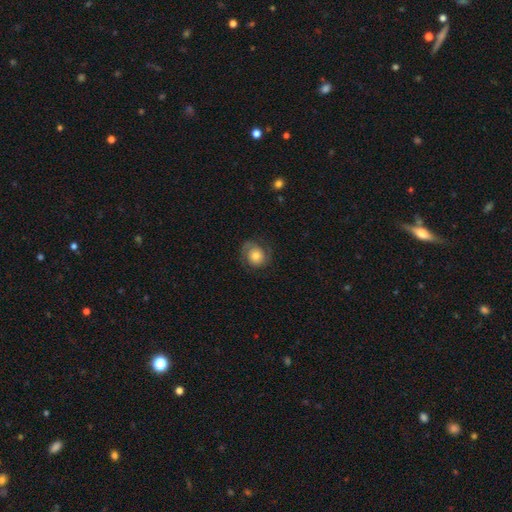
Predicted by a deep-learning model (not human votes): Q: Smooth or featured?
A: featured or disk (47%); runner-up: smooth (44%)
Q: Merging?
A: none (70%); runner-up: minor disturbance (18%)